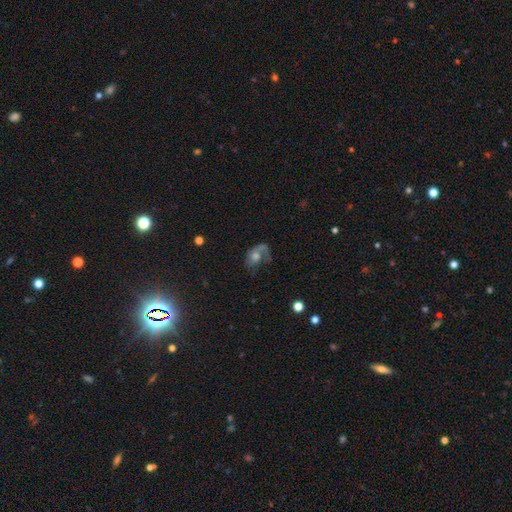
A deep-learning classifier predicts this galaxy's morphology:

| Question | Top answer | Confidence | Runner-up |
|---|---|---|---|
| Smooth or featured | featured or disk | 60% | smooth (26%) |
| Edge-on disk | no | 96% | yes (4%) |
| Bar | no | 77% | weak (19%) |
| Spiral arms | yes | 77% | no (23%) |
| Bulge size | moderate | 55% | small (23%) |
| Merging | none | 39% | major disturbance (36%) |